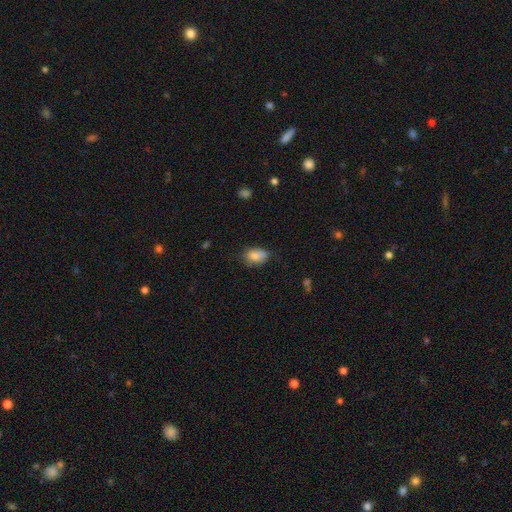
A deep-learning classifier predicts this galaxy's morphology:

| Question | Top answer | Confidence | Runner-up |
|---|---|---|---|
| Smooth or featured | smooth | 83% | featured or disk (8%) |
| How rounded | in between | 84% | round (14%) |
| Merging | none | 61% | minor disturbance (30%) |